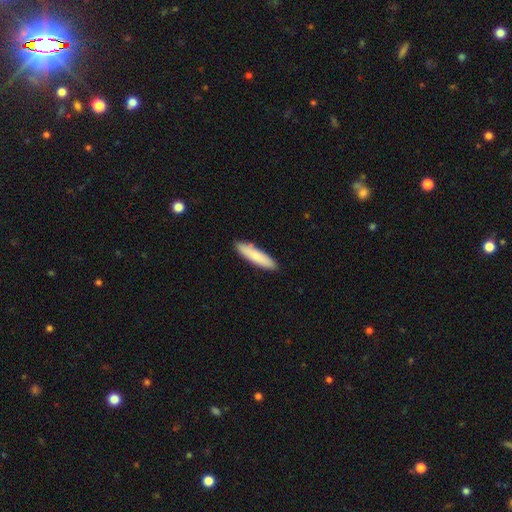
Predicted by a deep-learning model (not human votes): Overall: smooth (83%). How rounded: cigar-shaped (81%). Merging: none (87%).